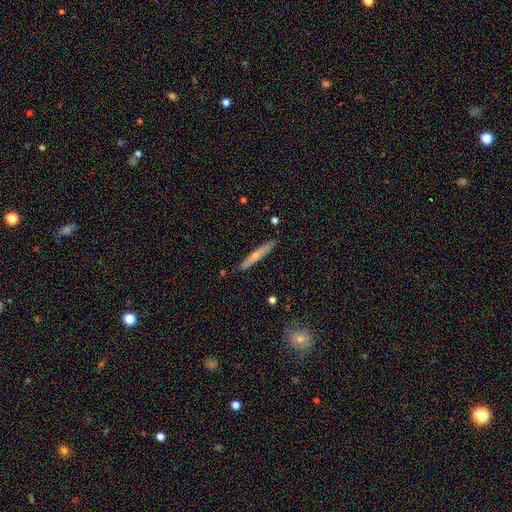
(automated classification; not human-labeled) Smooth or featured: smooth — 53% (featured or disk — 40%)
How rounded: cigar-shaped — 94% (in between — 5%)
Merging: none — 86% (minor disturbance — 10%)